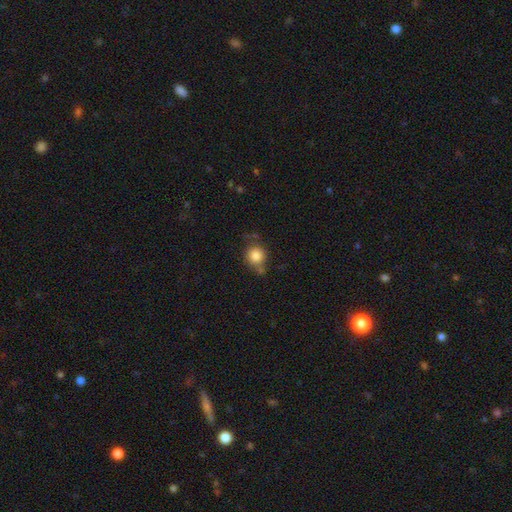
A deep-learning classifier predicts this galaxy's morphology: Q: Smooth or featured?
A: smooth (83%); runner-up: star or artifact (9%)
Q: How rounded?
A: round (86%); runner-up: in between (13%)
Q: Merging?
A: none (62%); runner-up: minor disturbance (19%)